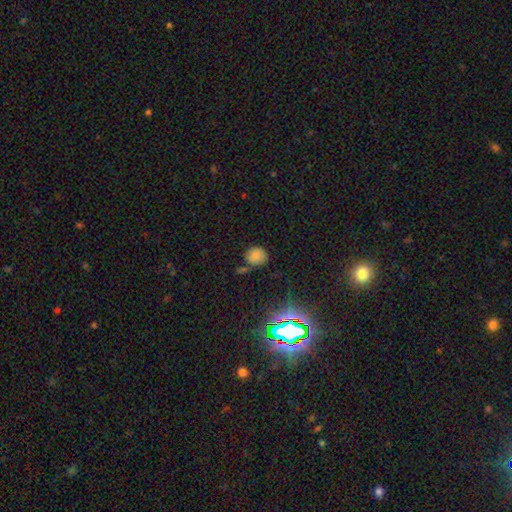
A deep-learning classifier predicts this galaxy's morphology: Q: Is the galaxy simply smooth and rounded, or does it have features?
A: smooth — 73%.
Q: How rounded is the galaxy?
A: round — 79%.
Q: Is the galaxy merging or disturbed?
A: none — 64%.